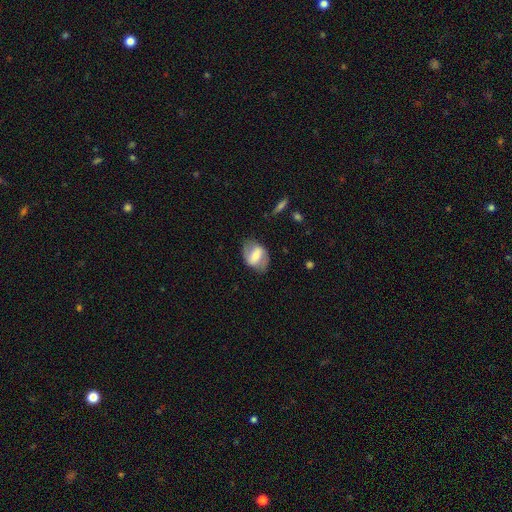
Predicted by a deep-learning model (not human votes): Smooth or featured: featured or disk — 57% (smooth — 36%)
Edge-on disk: no — 94% (yes — 6%)
Bar: strong — 52% (weak — 34%)
Spiral arms: yes — 67% (no — 33%)
Bulge size: moderate — 50% (small — 34%)
Merging: none — 74% (minor disturbance — 17%)